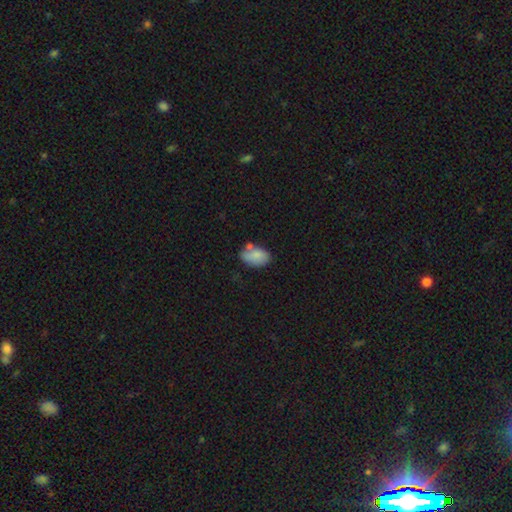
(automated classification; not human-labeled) smooth_or_featured: smooth (p=0.81) [alt: featured or disk p=0.11]
how_rounded: in between (p=0.89) [alt: round p=0.09]
merging: none (p=0.55) [alt: minor disturbance p=0.22]